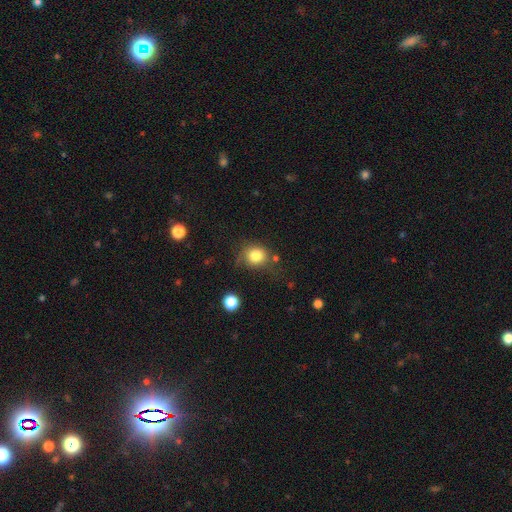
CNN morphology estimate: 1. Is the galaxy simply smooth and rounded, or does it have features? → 80% smooth, 12% star or artifact, 8% featured or disk.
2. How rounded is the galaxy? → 78% round, 21% in between, 1% cigar-shaped.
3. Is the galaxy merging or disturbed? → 67% none, 20% minor disturbance, 7% major disturbance, 5% merger.